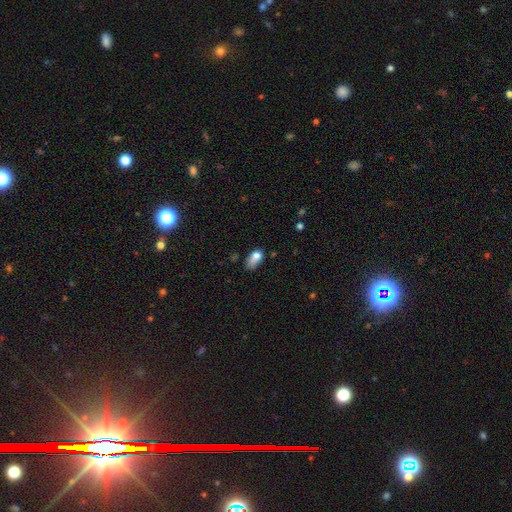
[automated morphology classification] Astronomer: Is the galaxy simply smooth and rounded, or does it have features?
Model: smooth — 76%.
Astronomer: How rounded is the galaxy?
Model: in between — 87%.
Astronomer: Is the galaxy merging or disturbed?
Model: minor disturbance — 39% (runner-up: none, 31%).